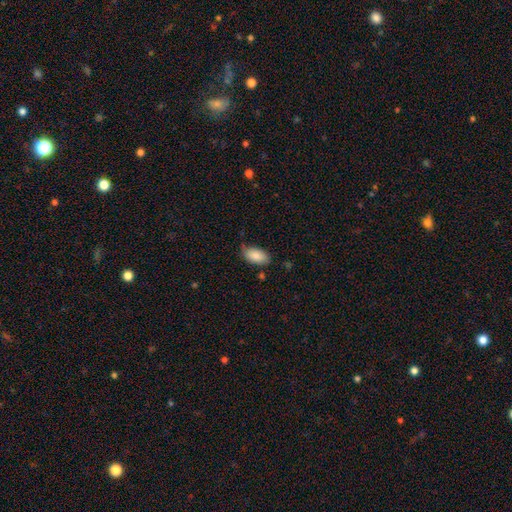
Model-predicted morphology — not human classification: Smooth or featured: smooth — 87% (star or artifact — 7%)
How rounded: in between — 94% (round — 3%)
Merging: none — 70% (minor disturbance — 23%)